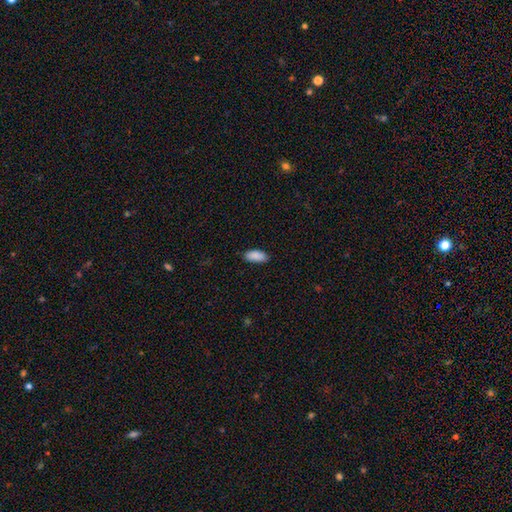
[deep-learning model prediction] Smooth or featured?
  - smooth: 89% *
  - star or artifact: 6%
  - featured or disk: 5%
How rounded?
  - in between: 89% *
  - cigar-shaped: 9%
  - round: 2%
Merging?
  - none: 85% *
  - minor disturbance: 12%
  - major disturbance: 2%
  - merger: 1%